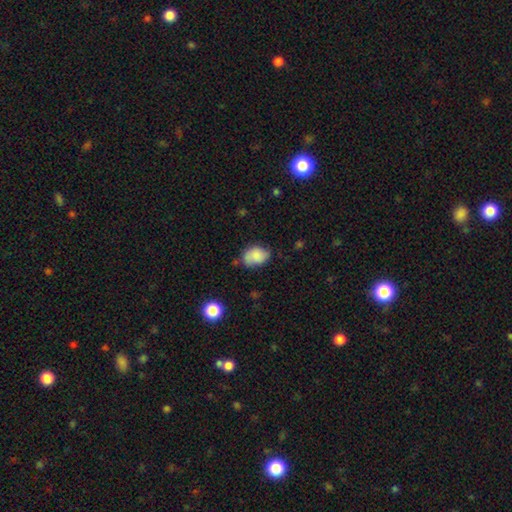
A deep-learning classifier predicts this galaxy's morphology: Smooth or featured: smooth — 78% (featured or disk — 13%)
How rounded: in between — 75% (round — 24%)
Merging: none — 57% (minor disturbance — 31%)